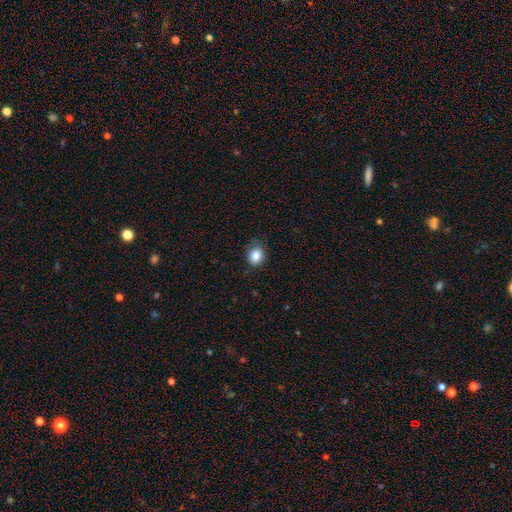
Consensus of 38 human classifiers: Smooth or featured: smooth — 89% (featured or disk — 8%)
How rounded: round — 85% (in between — 15%)
Merging: none — 65% (minor disturbance — 30%)